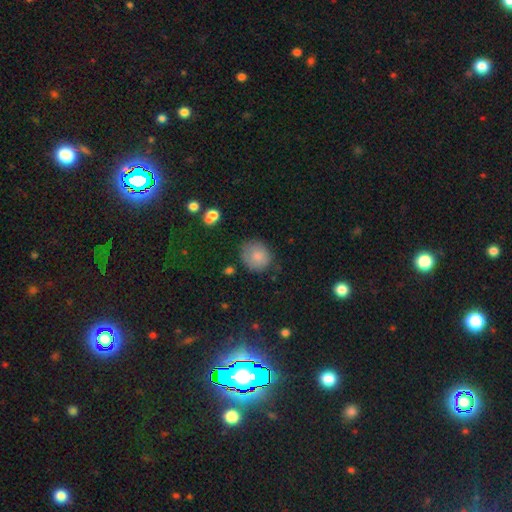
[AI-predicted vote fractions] This is clearly a smooth galaxy (80%). How rounded: likely round (77%). Merging: likely none (69%).